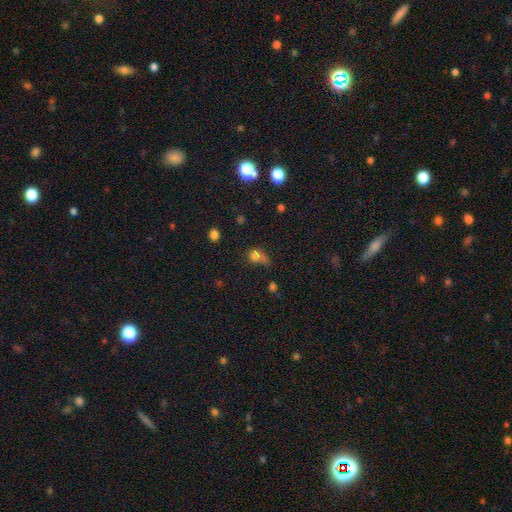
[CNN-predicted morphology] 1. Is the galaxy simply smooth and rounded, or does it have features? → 74% smooth, 16% star or artifact, 10% featured or disk.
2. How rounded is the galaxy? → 65% round, 32% in between, 2% cigar-shaped.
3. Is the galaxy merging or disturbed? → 32% none, 31% merger, 20% minor disturbance, 17% major disturbance.